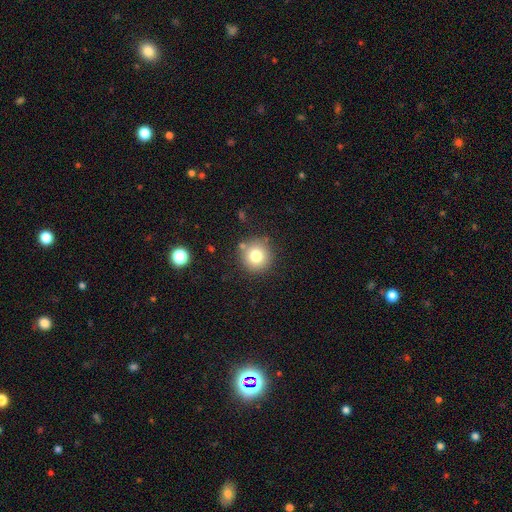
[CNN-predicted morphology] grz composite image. It shows a smooth galaxy with no disk features (77%) that is round (94%). Merging: none (84%).